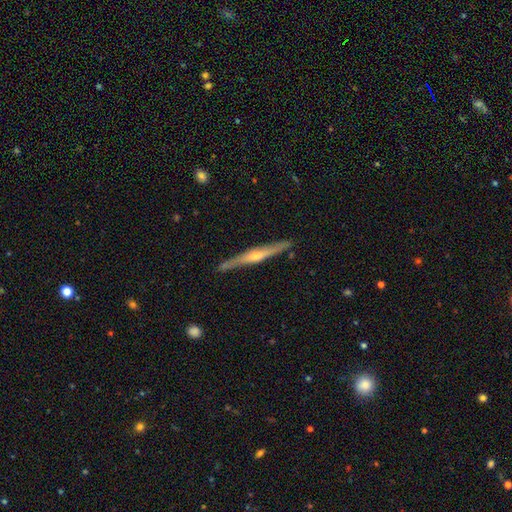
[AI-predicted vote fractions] smooth-or-featured: featured or disk: 74% | smooth: 21% | star or artifact: 5%
  disk-edge-on: yes: 97% | no: 3%
    edge-on-bulge: rounded: 77% | none: 16% | boxy: 7%
  merging: none: 87% | minor disturbance: 10% | major disturbance: 2% | merger: 2%